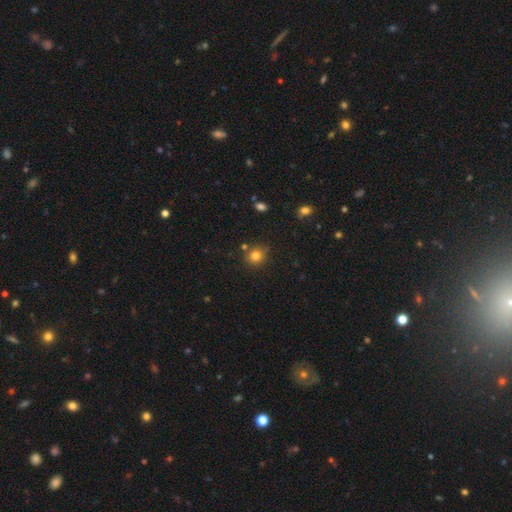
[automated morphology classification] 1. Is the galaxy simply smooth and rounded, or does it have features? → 80% smooth, 13% star or artifact, 7% featured or disk.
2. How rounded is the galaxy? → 82% round, 17% in between, 1% cigar-shaped.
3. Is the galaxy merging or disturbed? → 79% none, 12% minor disturbance, 6% merger, 3% major disturbance.